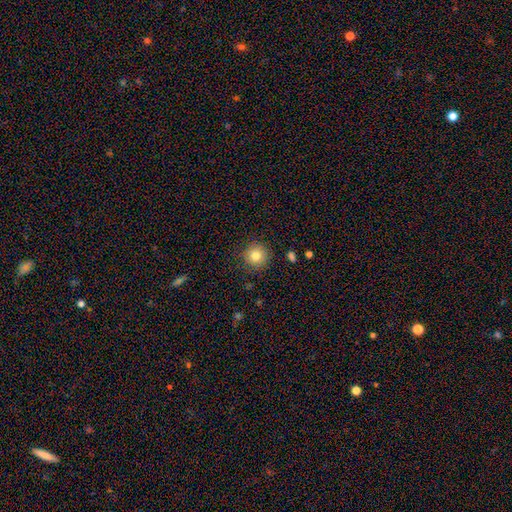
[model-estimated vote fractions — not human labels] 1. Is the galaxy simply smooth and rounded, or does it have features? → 81% smooth, 11% star or artifact, 8% featured or disk.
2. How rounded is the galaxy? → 95% round, 4% in between, 1% cigar-shaped.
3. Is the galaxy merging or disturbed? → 89% none, 7% minor disturbance, 2% major disturbance, 1% merger.